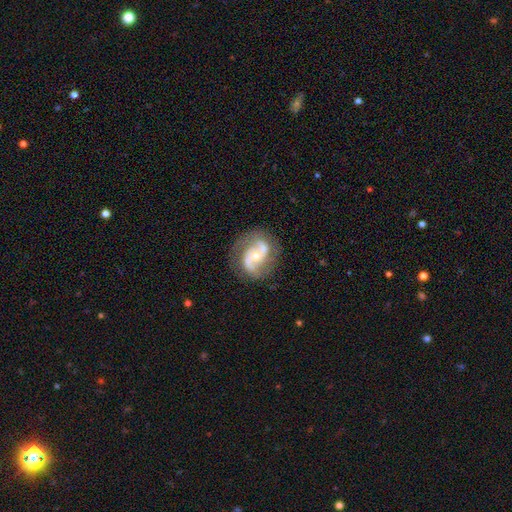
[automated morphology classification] Smooth or featured? Predicted: featured or disk (p=0.85). Edge-on disk? Predicted: no (p=0.97). Bar? Predicted: no (p=0.56). Spiral arms? Predicted: yes (p=0.95). Spiral winding? Predicted: medium (p=0.52). Spiral arm count? Predicted: 2 (p=0.87). Bulge size? Predicted: moderate (p=0.53). Merging? Predicted: none (p=0.72).